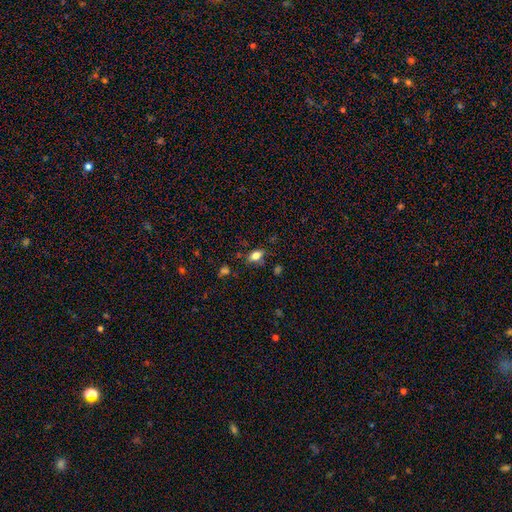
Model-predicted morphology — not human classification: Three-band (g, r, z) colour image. It shows a smooth galaxy with no disk features (76%) that is in between round and cigar-shaped (81%). Merging: none (75%).